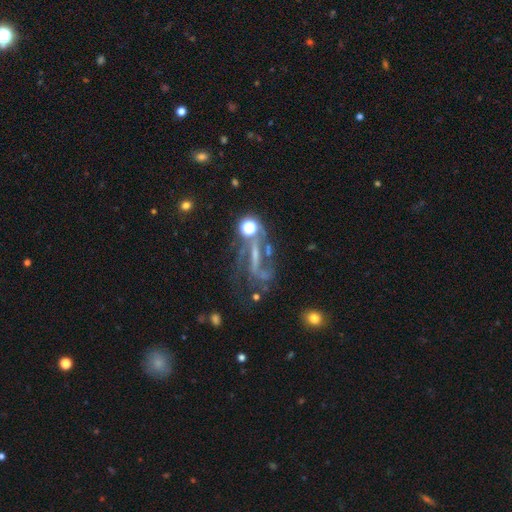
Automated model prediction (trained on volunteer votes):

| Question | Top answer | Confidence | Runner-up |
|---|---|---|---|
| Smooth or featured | featured or disk | 58% | star or artifact (27%) |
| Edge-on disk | no | 84% | yes (16%) |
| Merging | none | 43% | major disturbance (27%) |